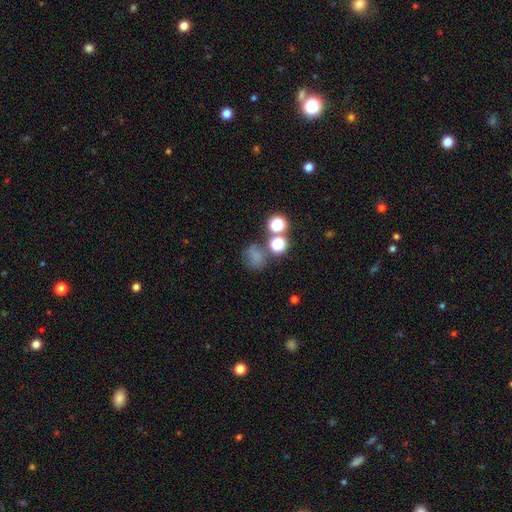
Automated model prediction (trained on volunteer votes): This appears to be a smooth galaxy with no disk features (64%) that is round (76%). Merging: none (52%).